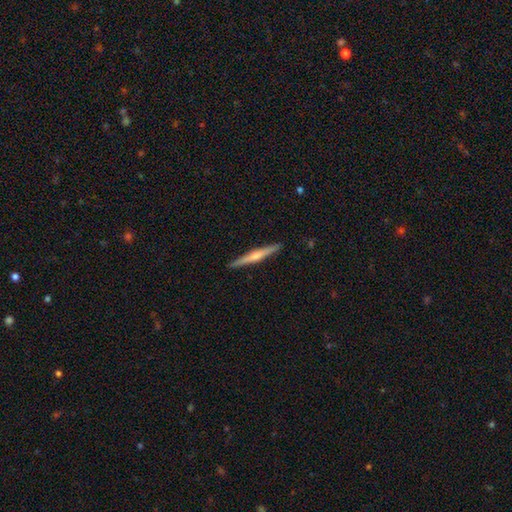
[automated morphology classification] type=featured or disk (60%); edge-on=yes (98%); edge-on bulge=rounded (69%); merging=none (92%).